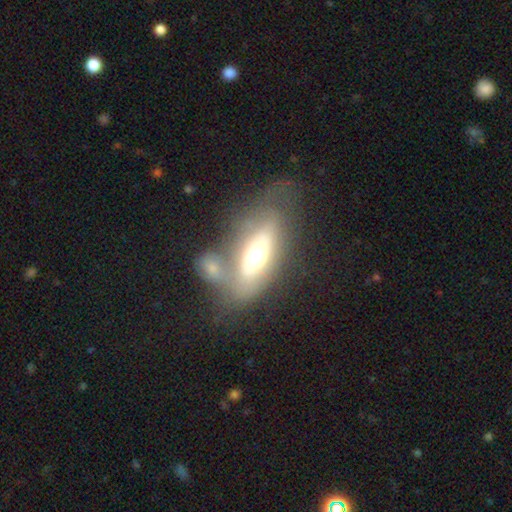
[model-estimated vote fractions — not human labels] Smooth or featured?
  - featured or disk: 47% *
  - smooth: 46%
  - star or artifact: 7%
Merging?
  - merger: 35% *
  - none: 31%
  - minor disturbance: 18%
  - major disturbance: 16%